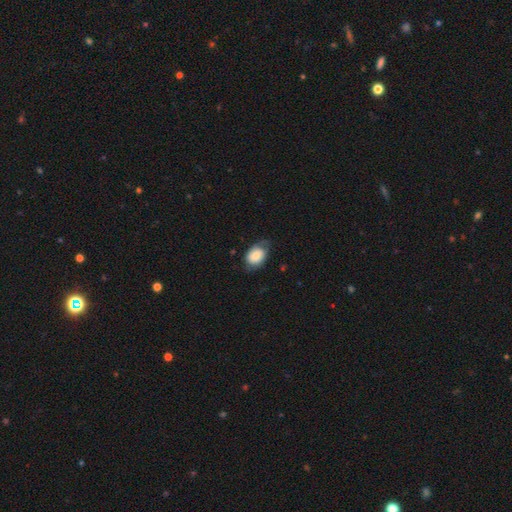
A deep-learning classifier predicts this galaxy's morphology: Smooth or featured: smooth — 67% (featured or disk — 26%)
How rounded: in between — 78% (round — 21%)
Merging: none — 56% (minor disturbance — 31%)